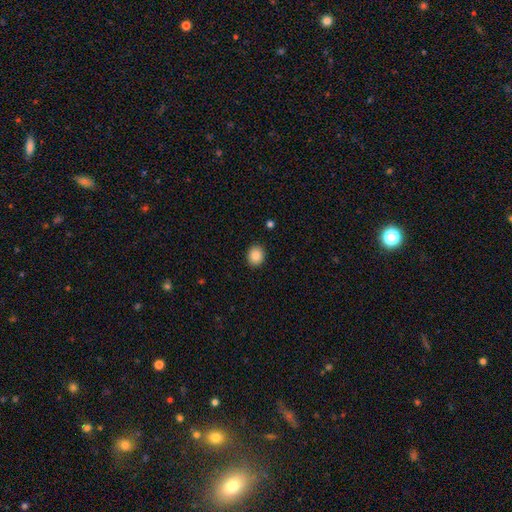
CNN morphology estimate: Smooth or featured: smooth — 87% (star or artifact — 9%)
How rounded: round — 64% (in between — 35%)
Merging: none — 90% (minor disturbance — 7%)